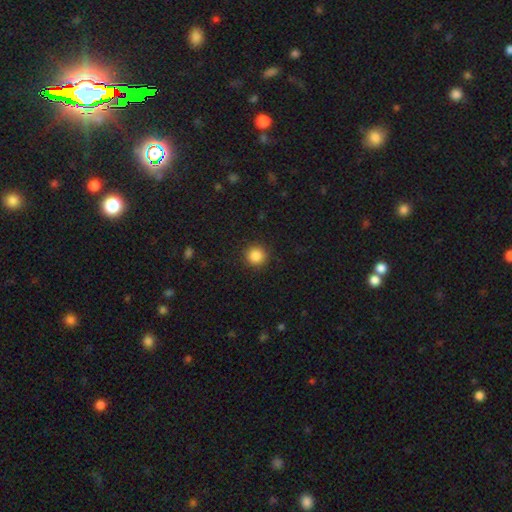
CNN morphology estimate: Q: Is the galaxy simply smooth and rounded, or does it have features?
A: smooth — 86%.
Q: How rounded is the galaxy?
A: round — 95%.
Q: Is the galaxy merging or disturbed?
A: none — 91%.